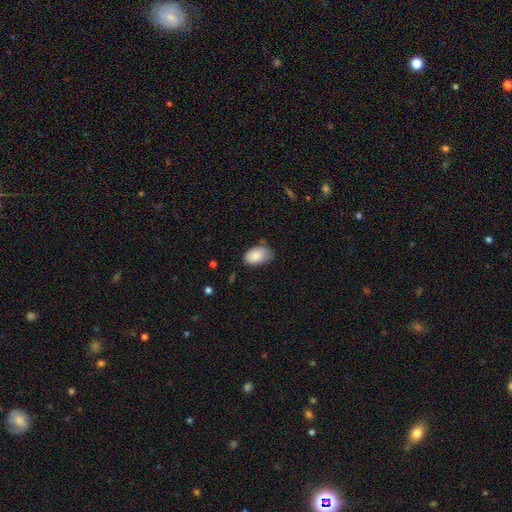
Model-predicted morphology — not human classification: type=smooth (86%); roundness=in between (92%); merging=none (56%).